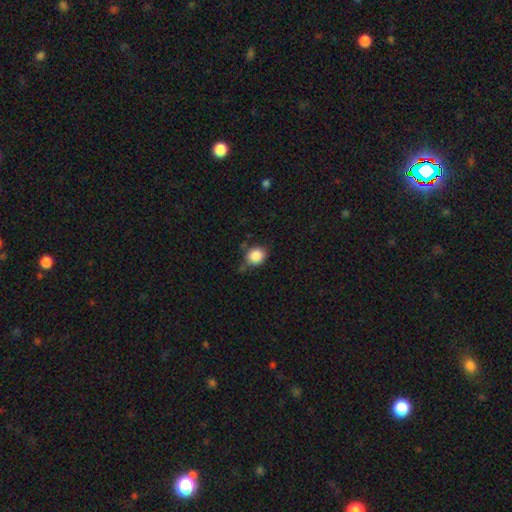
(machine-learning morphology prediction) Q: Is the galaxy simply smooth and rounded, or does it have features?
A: smooth — 86%.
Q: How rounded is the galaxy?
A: round — 74%.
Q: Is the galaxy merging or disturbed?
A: none — 61%.